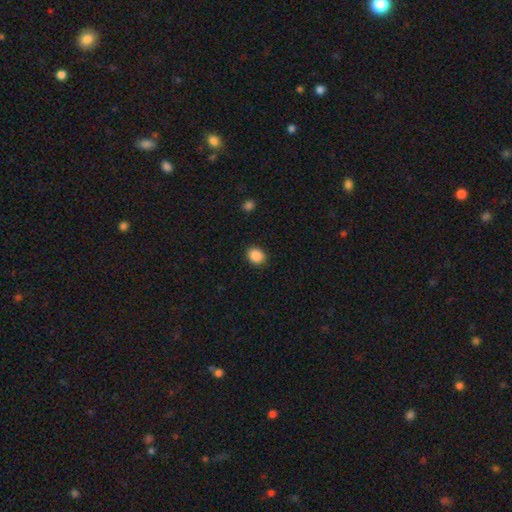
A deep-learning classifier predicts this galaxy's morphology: Smooth or featured: smooth — 88% (star or artifact — 9%)
How rounded: round — 57% (in between — 42%)
Merging: none — 89% (minor disturbance — 8%)